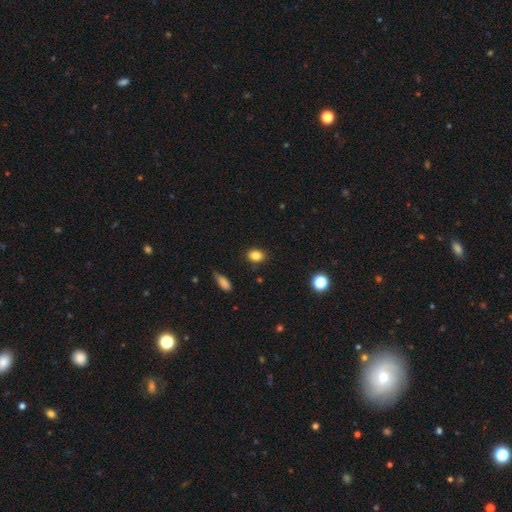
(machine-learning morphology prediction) Smooth or featured?
  - smooth: 84% *
  - star or artifact: 10%
  - featured or disk: 6%
How rounded?
  - in between: 64% *
  - round: 34%
  - cigar-shaped: 2%
Merging?
  - none: 85% *
  - minor disturbance: 11%
  - major disturbance: 2%
  - merger: 2%